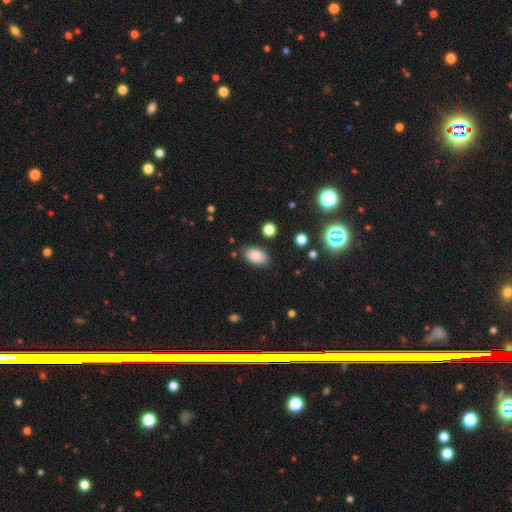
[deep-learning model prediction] Smooth or featured? smooth (84%)
How rounded? in between (92%)
Merging? none (82%)